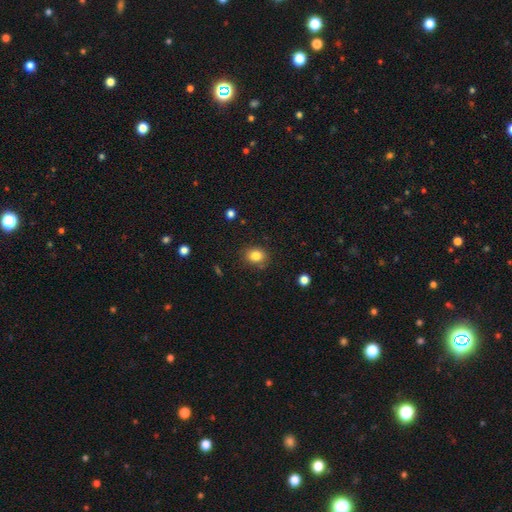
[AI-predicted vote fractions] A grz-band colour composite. It shows a smooth galaxy with no disk features (84%) that is round (58%). Merging: none (81%).